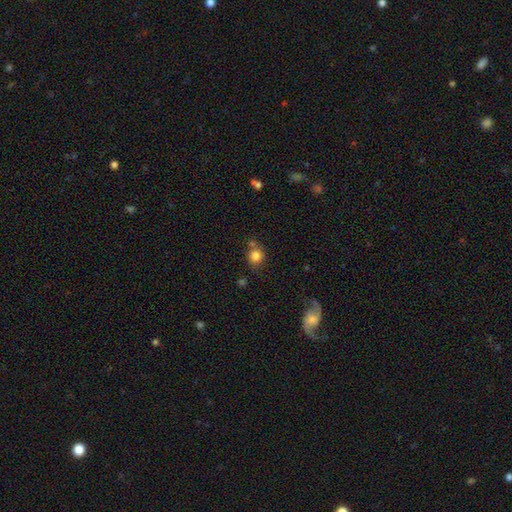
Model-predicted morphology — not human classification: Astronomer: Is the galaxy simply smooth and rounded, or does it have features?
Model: smooth — 82%.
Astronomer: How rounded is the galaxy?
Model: round — 86%.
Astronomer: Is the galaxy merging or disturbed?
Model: none — 65%.